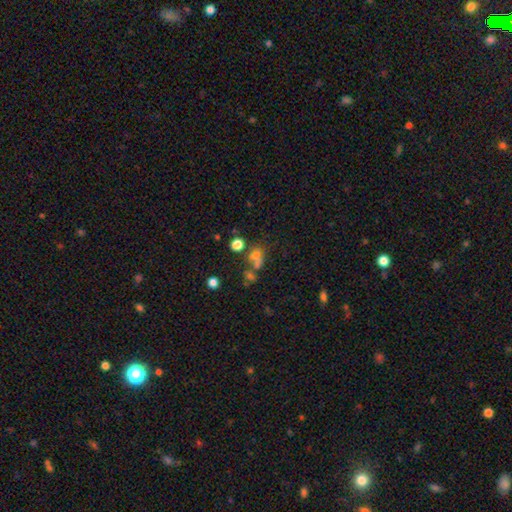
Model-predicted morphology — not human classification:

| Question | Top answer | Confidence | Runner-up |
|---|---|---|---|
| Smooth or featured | smooth | 60% | star or artifact (23%) |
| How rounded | round | 65% | in between (33%) |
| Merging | merger | 40% | none (39%) |